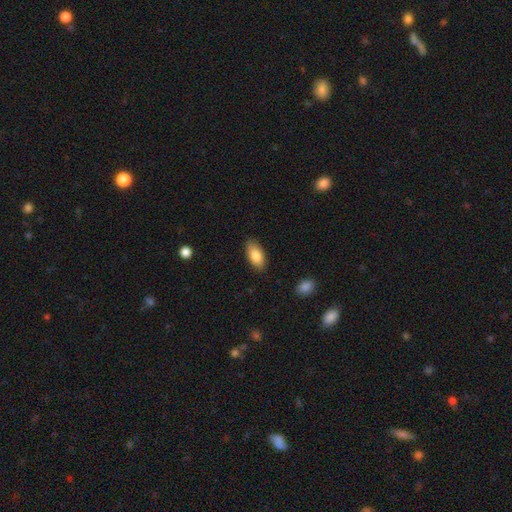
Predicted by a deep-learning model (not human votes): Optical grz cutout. It shows a smooth galaxy with no disk features (83%) that is in between round and cigar-shaped (91%). Merging: none (85%).